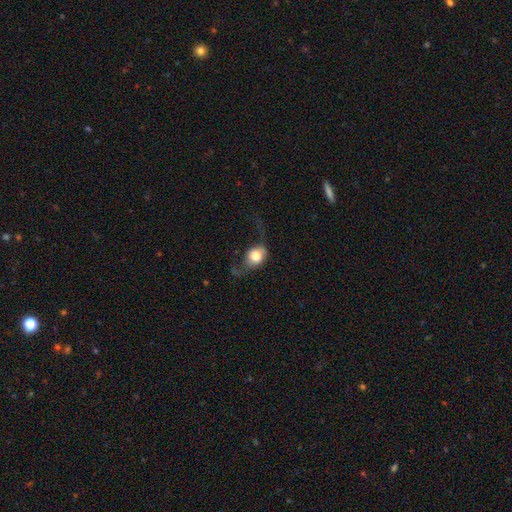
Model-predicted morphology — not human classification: type=smooth (66%); roundness=round (63%); merging=major disturbance (44%).